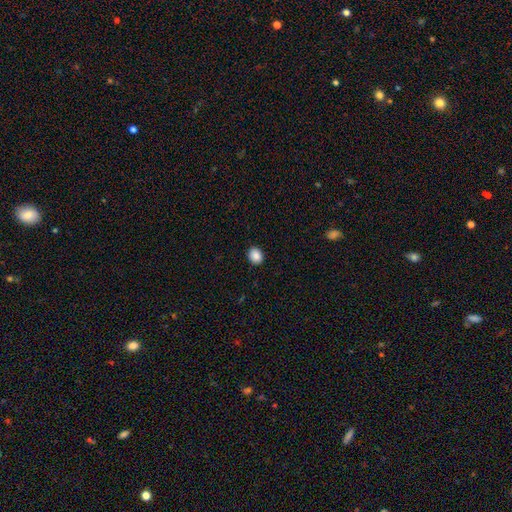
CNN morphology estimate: Smooth or featured?
  - smooth: 88% *
  - star or artifact: 9%
  - featured or disk: 3%
How rounded?
  - round: 58% *
  - in between: 41%
  - cigar-shaped: 1%
Merging?
  - none: 91% *
  - minor disturbance: 7%
  - major disturbance: 2%
  - merger: 1%